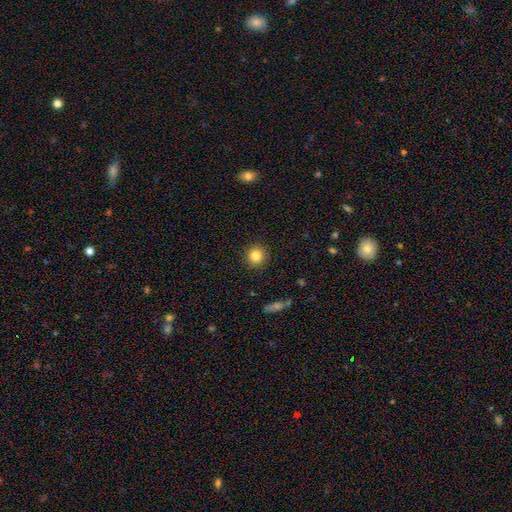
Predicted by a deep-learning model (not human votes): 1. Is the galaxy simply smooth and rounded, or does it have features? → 83% smooth, 10% star or artifact, 6% featured or disk.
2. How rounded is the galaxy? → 92% round, 7% in between, 1% cigar-shaped.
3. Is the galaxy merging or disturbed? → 91% none, 6% minor disturbance, 2% major disturbance, 1% merger.